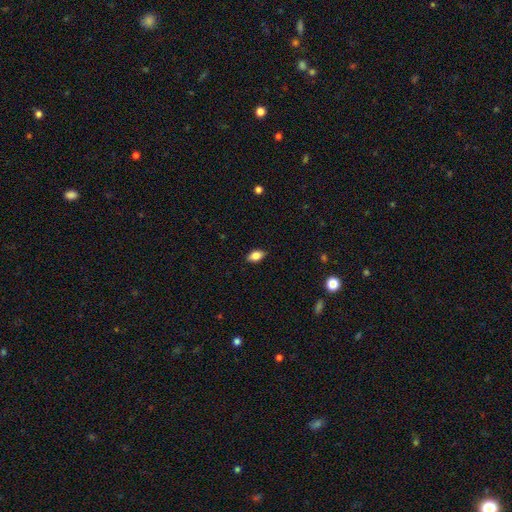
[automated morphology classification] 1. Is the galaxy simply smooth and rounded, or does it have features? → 82% smooth, 10% featured or disk, 8% star or artifact.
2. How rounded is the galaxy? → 89% in between, 7% round, 4% cigar-shaped.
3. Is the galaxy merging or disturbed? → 87% none, 10% minor disturbance, 2% major disturbance, 1% merger.